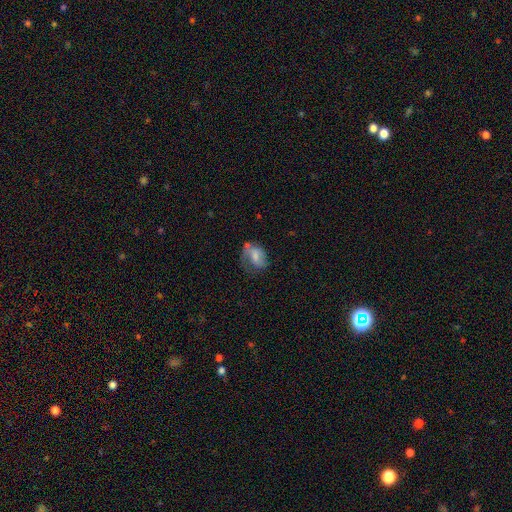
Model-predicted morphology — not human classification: Smooth or featured? featured or disk (50%)
Edge-on disk? no (97%)
Merging? none (38%)